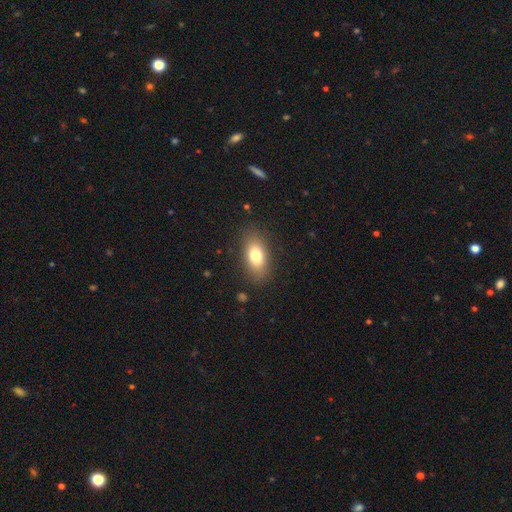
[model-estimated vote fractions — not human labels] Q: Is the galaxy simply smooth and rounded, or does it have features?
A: smooth — 77%.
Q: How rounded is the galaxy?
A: in between — 87%.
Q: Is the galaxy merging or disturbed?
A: none — 84%.